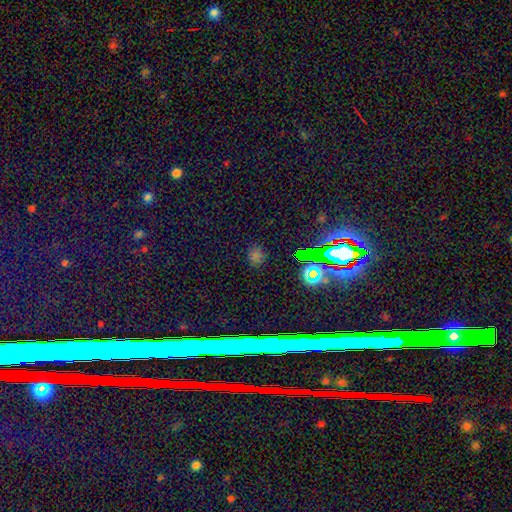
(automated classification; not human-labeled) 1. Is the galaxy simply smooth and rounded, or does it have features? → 45% star or artifact, 43% smooth, 12% featured or disk.